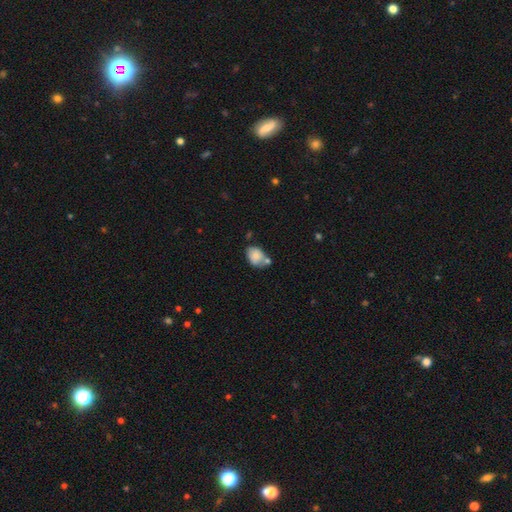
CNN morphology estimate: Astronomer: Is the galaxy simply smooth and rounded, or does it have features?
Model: smooth — 79%.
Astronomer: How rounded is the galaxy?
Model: in between — 67%.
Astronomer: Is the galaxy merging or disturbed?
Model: none — 40% (runner-up: merger, 32%).